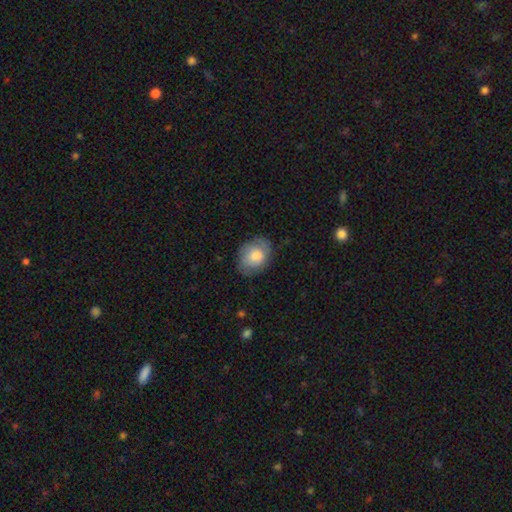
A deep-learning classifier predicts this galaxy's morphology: Smooth or featured? Predicted: smooth (p=0.77). How rounded? Predicted: in between (p=0.63). Merging? Predicted: none (p=0.71).